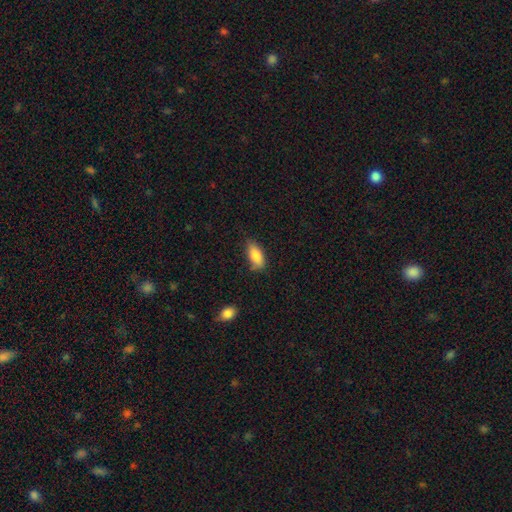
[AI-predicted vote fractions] smooth 85%, featured or disk 8%, star or artifact 7%. Down the decision tree: how rounded — in between (86%); merging — none (69%).